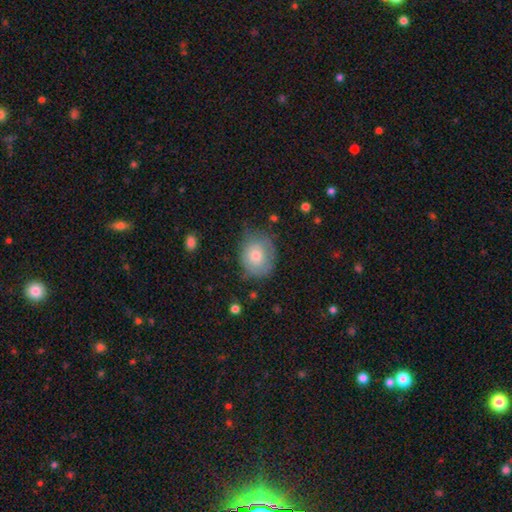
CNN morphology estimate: This is likely a smooth galaxy (66%). How rounded: possibly round (60%). Merging: possibly none (57%).